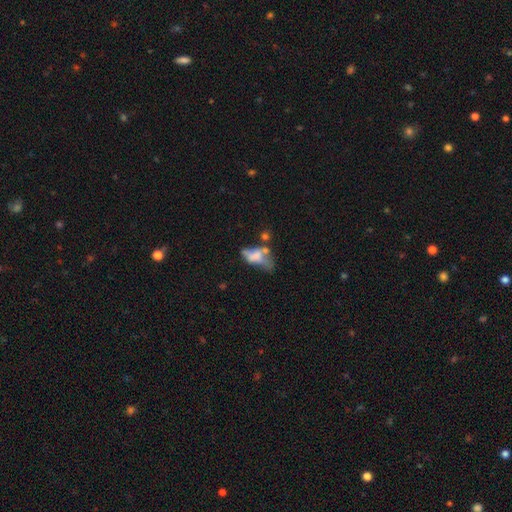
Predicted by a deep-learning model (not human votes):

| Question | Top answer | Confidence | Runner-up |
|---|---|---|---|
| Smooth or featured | smooth | 48% | featured or disk (41%) |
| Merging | merger | 32% | major disturbance (30%) |